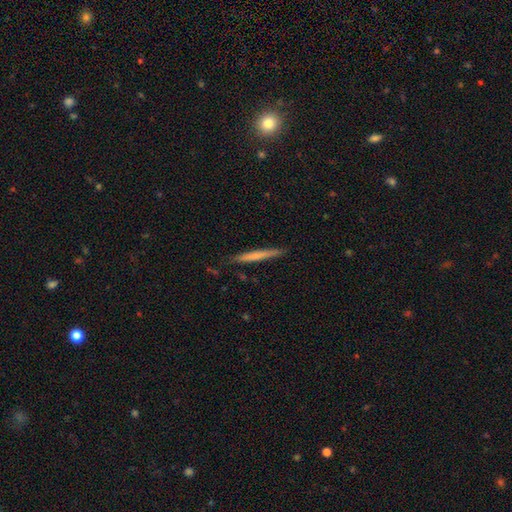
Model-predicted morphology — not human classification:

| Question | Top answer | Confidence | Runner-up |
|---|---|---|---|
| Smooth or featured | smooth | 62% | featured or disk (33%) |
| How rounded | cigar-shaped | 97% | in between (2%) |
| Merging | none | 86% | minor disturbance (11%) |